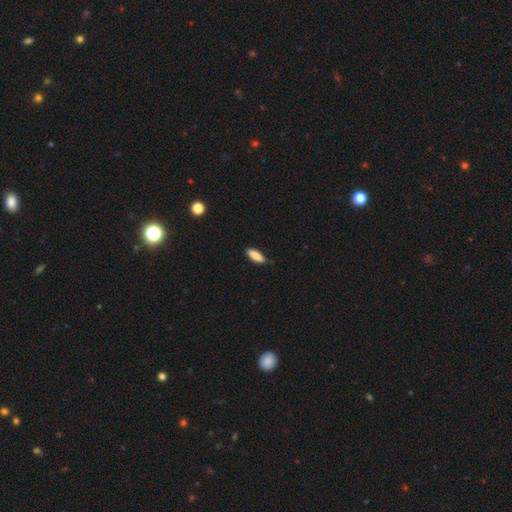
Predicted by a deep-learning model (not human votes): smooth-or-featured: smooth: 85% | featured or disk: 9% | star or artifact: 6%
  how-rounded: in between: 66% | cigar-shaped: 32% | round: 2%
  merging: none: 79% | minor disturbance: 18% | major disturbance: 2% | merger: 1%